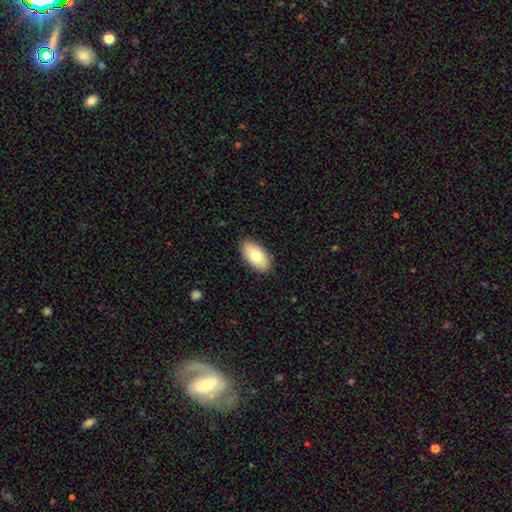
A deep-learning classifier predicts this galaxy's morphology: This appears to be a smooth galaxy with no disk features (75%) that is in between round and cigar-shaped (94%). Merging: none (87%).